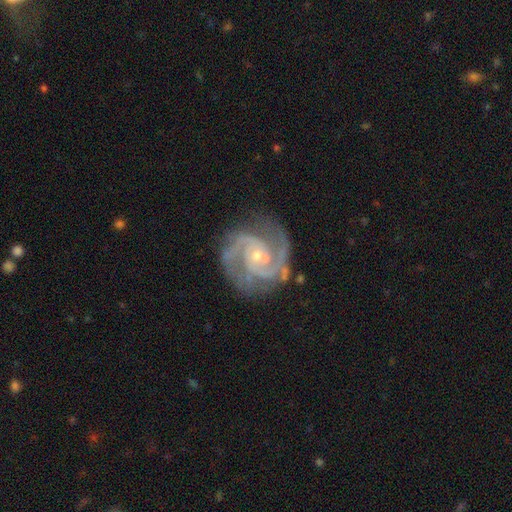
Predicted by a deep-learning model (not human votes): smooth_or_featured: featured or disk (p=0.92) [alt: star or artifact p=0.05]
disk_edge_on: no (p=0.98) [alt: yes p=0.02]
bar: no (p=0.61) [alt: weak p=0.31]
has_spiral_arms: yes (p=0.98) [alt: no p=0.02]
spiral_winding: medium (p=0.51) [alt: tight p=0.42]
spiral_arm_count: 2 (p=0.66) [alt: 3 p=0.20]
bulge_size: small (p=0.72) [alt: moderate p=0.24]
merging: none (p=0.73) [alt: minor disturbance p=0.17]